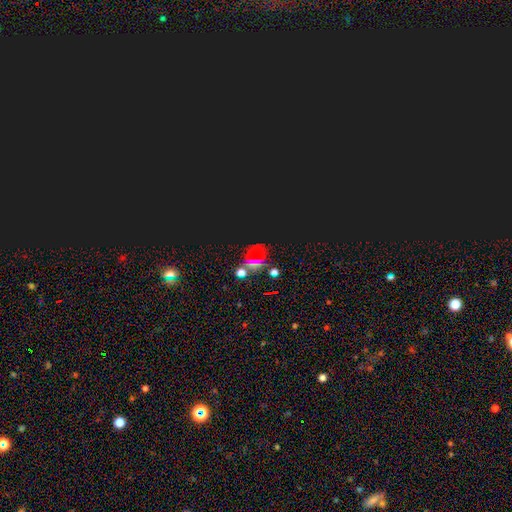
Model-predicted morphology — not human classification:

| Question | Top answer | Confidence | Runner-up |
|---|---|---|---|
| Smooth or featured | star or artifact | 68% | smooth (24%) |